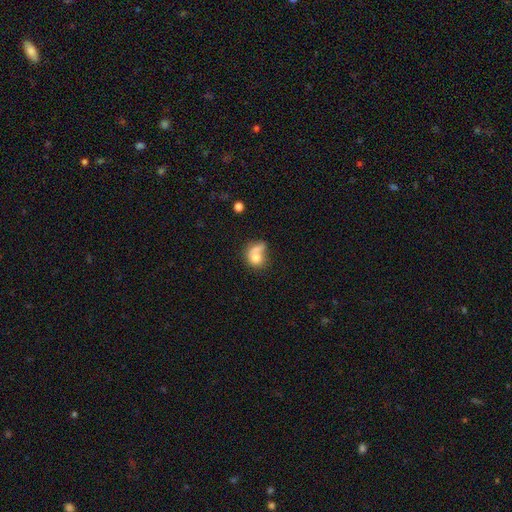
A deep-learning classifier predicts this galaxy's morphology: A smooth galaxy with no disk features (71%) that is round (60%). Merging: merger (37%).